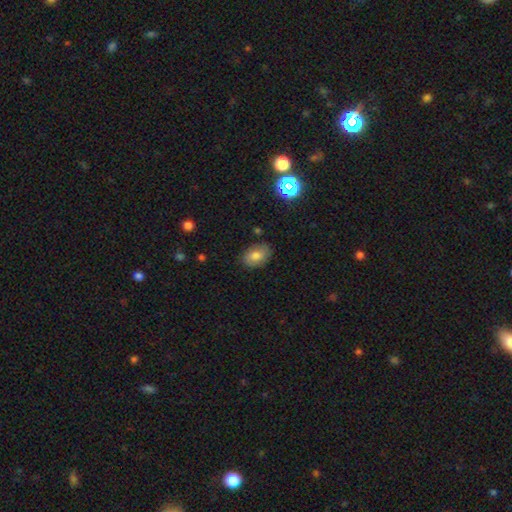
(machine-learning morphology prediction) Smooth or featured: smooth — 77% (featured or disk — 13%)
How rounded: in between — 85% (round — 14%)
Merging: none — 82% (minor disturbance — 14%)